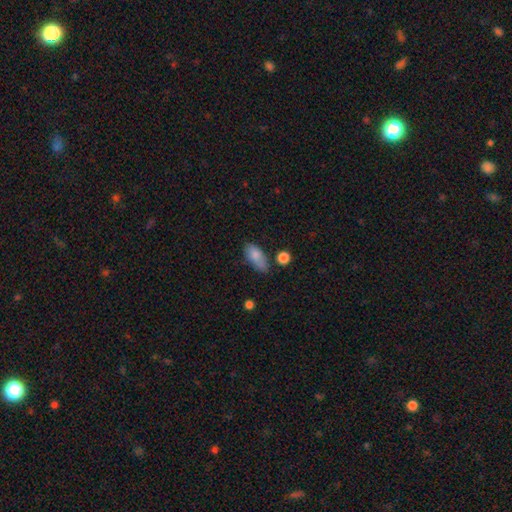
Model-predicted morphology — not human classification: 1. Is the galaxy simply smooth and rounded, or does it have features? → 82% smooth, 10% featured or disk, 8% star or artifact.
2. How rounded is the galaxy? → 87% in between, 8% cigar-shaped, 4% round.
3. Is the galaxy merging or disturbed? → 55% none, 29% minor disturbance, 9% major disturbance, 8% merger.